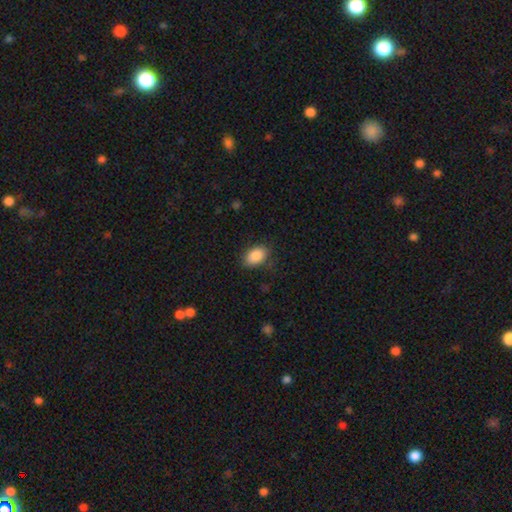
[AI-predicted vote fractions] smooth-or-featured: smooth: 87% | star or artifact: 7% | featured or disk: 5%
  how-rounded: in between: 89% | round: 10% | cigar-shaped: 1%
  merging: none: 80% | minor disturbance: 15% | major disturbance: 4% | merger: 1%